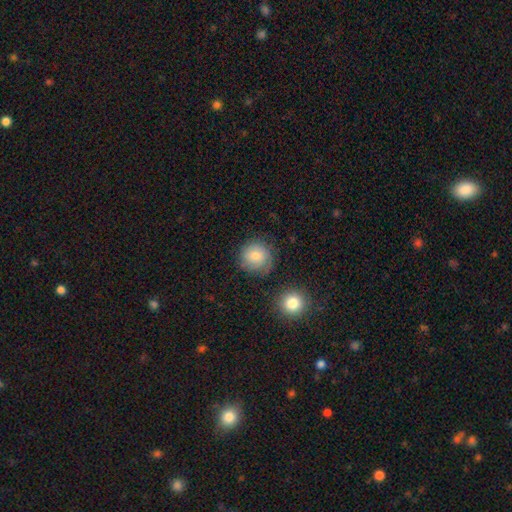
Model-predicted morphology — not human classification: This is likely a smooth galaxy (78%). How rounded: clearly round (92%). Merging: likely none (74%).